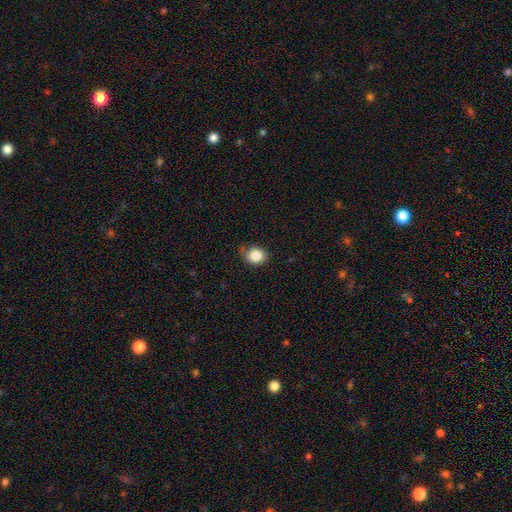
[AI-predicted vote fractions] A smooth galaxy with no disk features (86%) that is round (71%). Merging: none (70%).